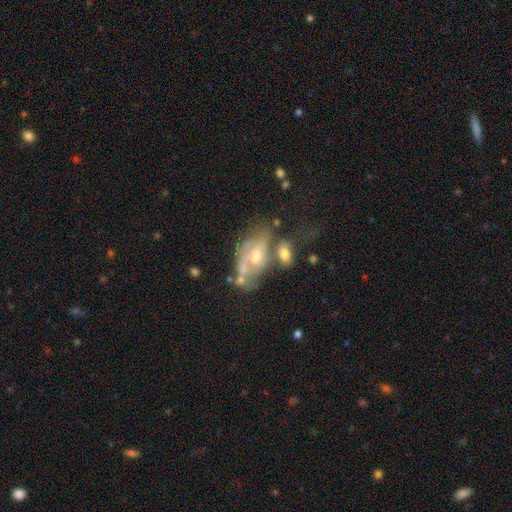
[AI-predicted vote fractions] Q: Smooth or featured?
A: featured or disk (63%); runner-up: smooth (27%)
Q: Edge-on disk?
A: no (91%); runner-up: yes (9%)
Q: Bar?
A: no (74%); runner-up: weak (20%)
Q: Spiral arms?
A: no (61%); runner-up: yes (39%)
Q: Bulge size?
A: moderate (63%); runner-up: small (27%)
Q: Merging?
A: merger (39%); runner-up: none (24%)